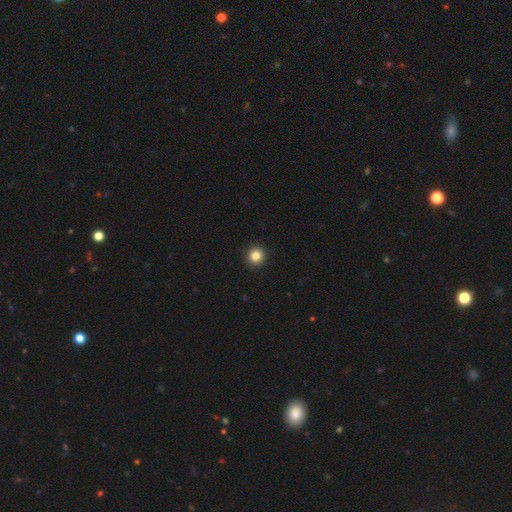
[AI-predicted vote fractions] Morphology: type=smooth (86%); roundness=round (93%); merging=none (93%).